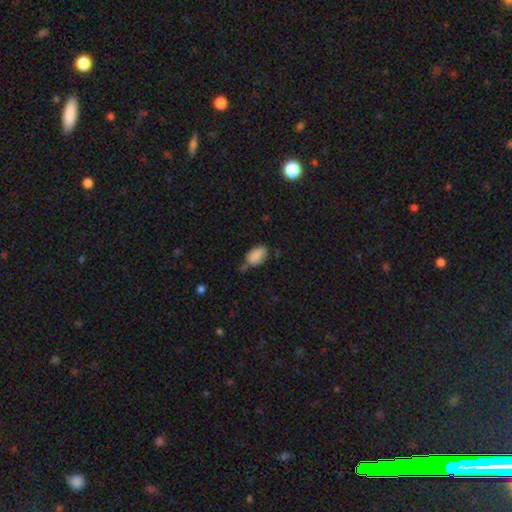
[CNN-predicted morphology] This appears to be a smooth galaxy with no disk features (86%) that is in between round and cigar-shaped (90%). Merging: none (51%).